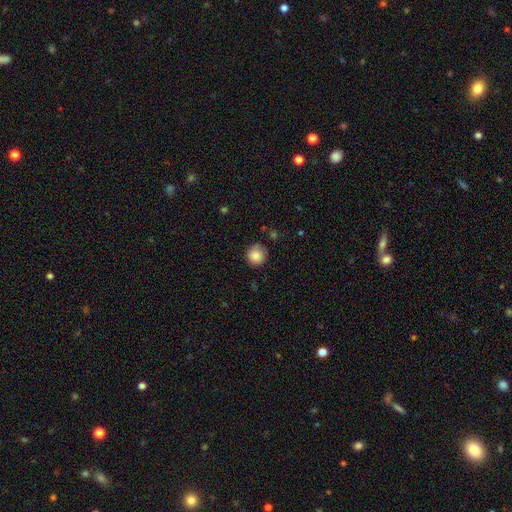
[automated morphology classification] This is clearly a smooth galaxy (86%). How rounded: clearly round (94%). Merging: clearly none (81%).